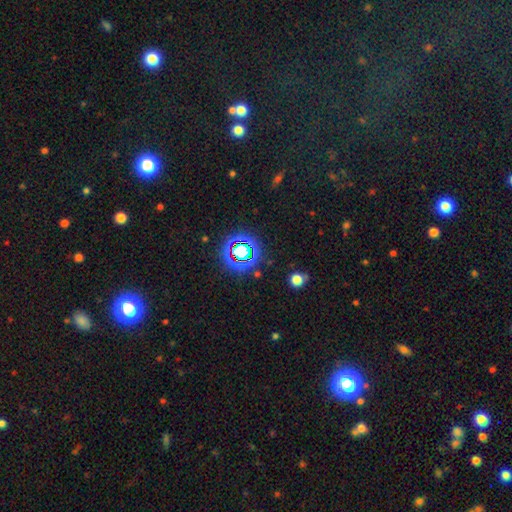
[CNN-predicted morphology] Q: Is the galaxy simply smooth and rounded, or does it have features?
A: star or artifact — 75%.